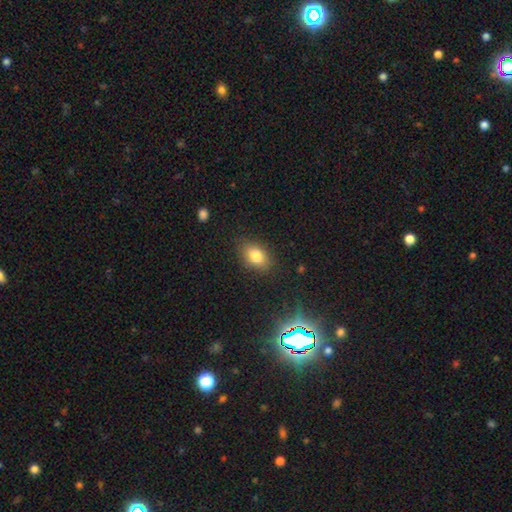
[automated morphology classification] Q: Smooth or featured?
A: smooth (79%); runner-up: star or artifact (11%)
Q: How rounded?
A: in between (77%); runner-up: round (22%)
Q: Merging?
A: none (83%); runner-up: minor disturbance (12%)